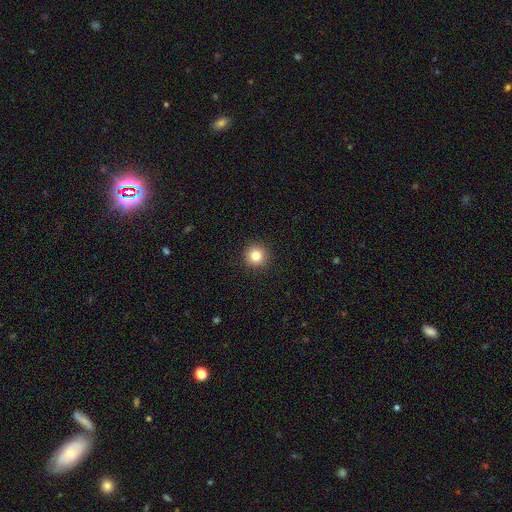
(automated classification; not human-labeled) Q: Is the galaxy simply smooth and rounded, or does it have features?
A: smooth — 86%.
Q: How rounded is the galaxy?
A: round — 94%.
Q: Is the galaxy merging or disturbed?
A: none — 91%.